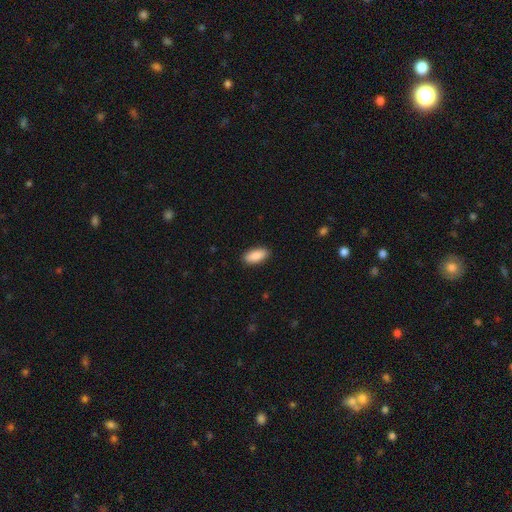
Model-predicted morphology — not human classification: A smooth galaxy with no disk features (90%) that is in between round and cigar-shaped (91%). Merging: none (89%).